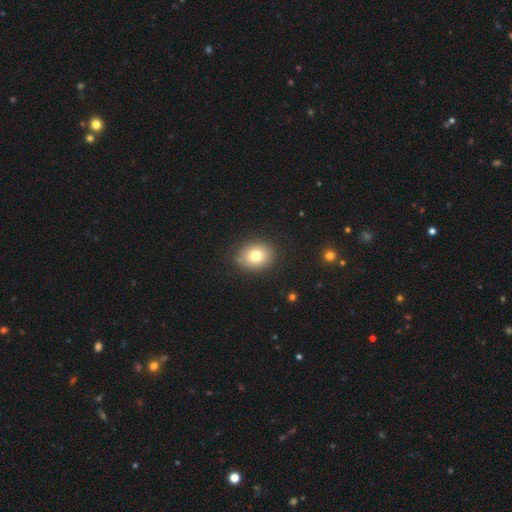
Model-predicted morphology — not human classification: smooth_or_featured: smooth (p=0.76) [alt: featured or disk p=0.13]
how_rounded: round (p=0.59) [alt: in between p=0.40]
merging: none (p=0.86) [alt: minor disturbance p=0.09]